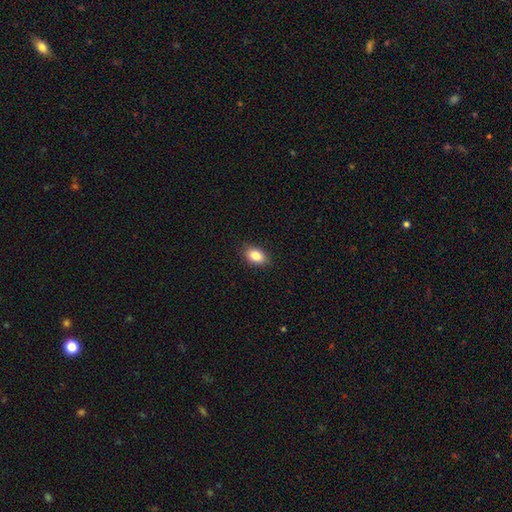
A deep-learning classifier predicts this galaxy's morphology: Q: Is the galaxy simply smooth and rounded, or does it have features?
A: smooth — 84%.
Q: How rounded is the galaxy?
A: in between — 83%.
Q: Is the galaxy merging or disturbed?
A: none — 87%.